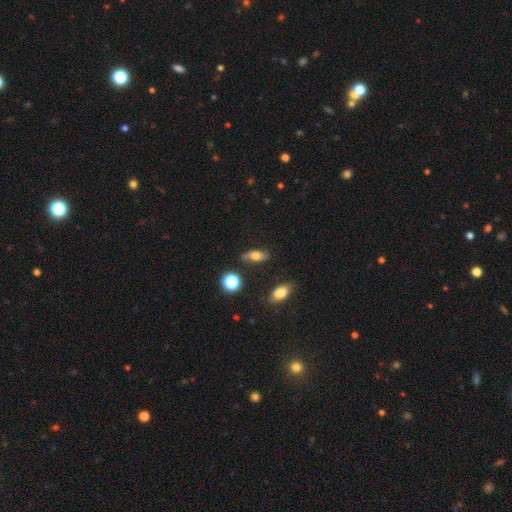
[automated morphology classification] This appears to be a smooth galaxy with no disk features (68%) that is in between round and cigar-shaped (76%). Merging: none (76%).